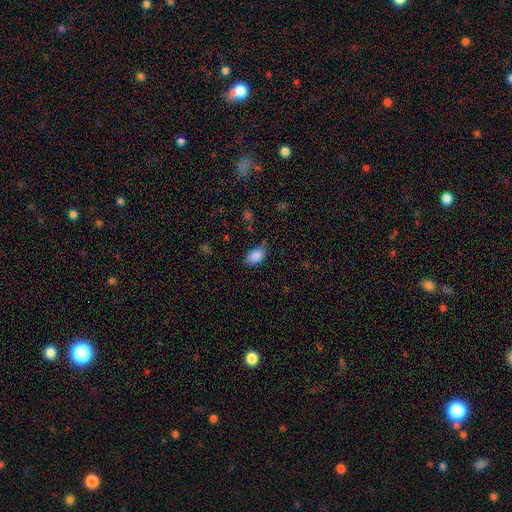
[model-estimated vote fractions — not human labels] Q: Smooth or featured?
A: smooth (88%); runner-up: star or artifact (8%)
Q: How rounded?
A: in between (89%); runner-up: round (9%)
Q: Merging?
A: none (69%); runner-up: minor disturbance (24%)